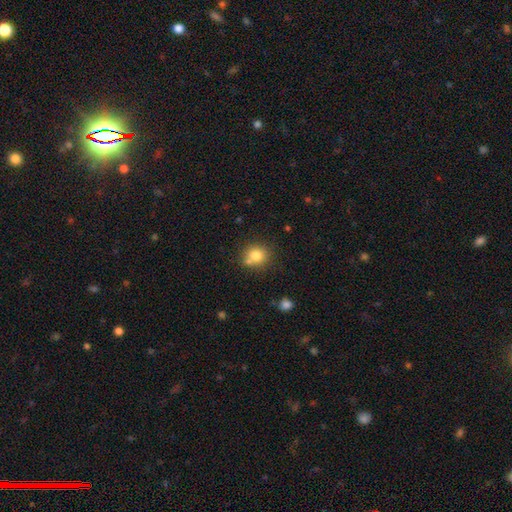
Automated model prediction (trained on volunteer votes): smooth 79%, star or artifact 12%, featured or disk 10%. Down the decision tree: how rounded — round (84%); merging — none (66%).